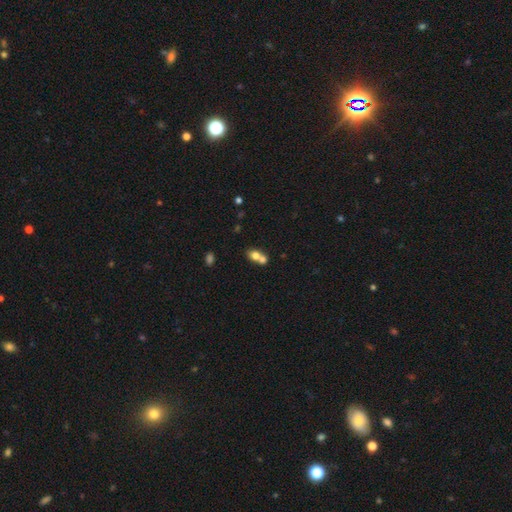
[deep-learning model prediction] Overall: smooth (73%). How rounded: in between (55%; round 43%). Merging: merger (62%; none 29%).